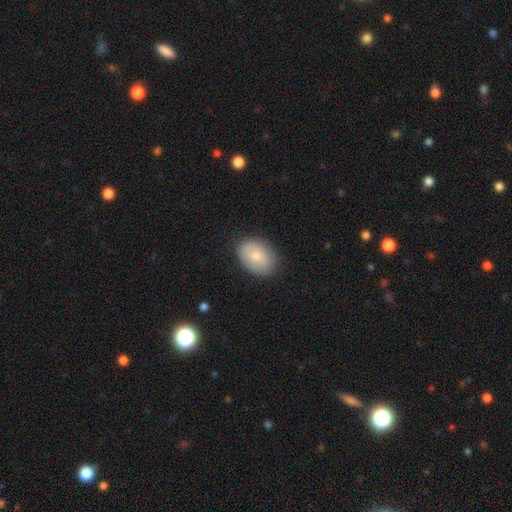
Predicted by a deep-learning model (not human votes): Smooth or featured? Predicted: smooth (p=0.77). How rounded? Predicted: in between (p=0.79). Merging? Predicted: none (p=0.81).